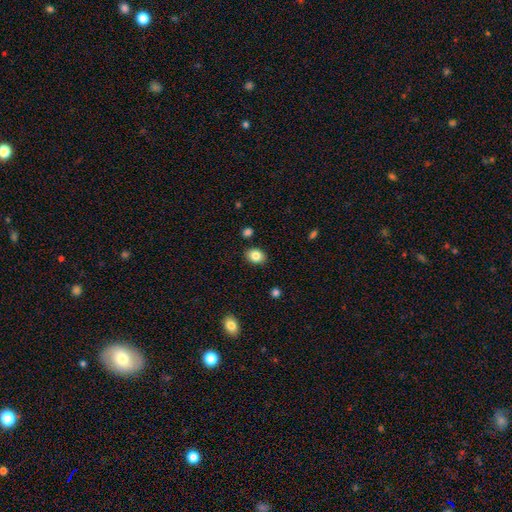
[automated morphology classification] type=smooth (85%); roundness=in between (66%); merging=none (86%).